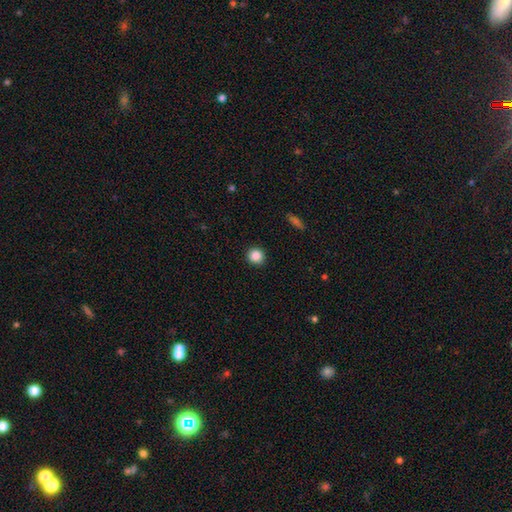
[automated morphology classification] A smooth galaxy with no disk features (87%) that is round (93%). Merging: none (92%).